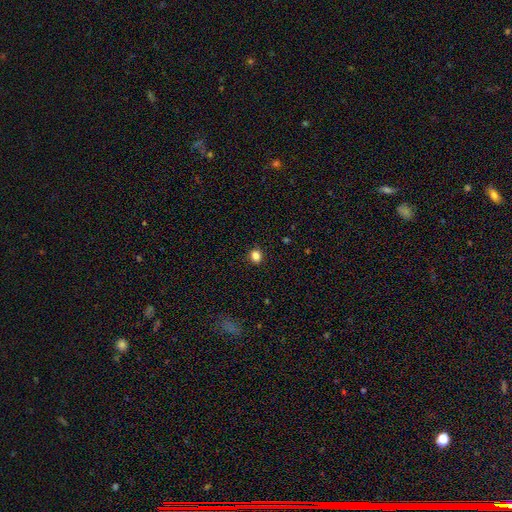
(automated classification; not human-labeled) This is clearly a smooth galaxy (84%). How rounded: likely round (73%). Merging: clearly none (90%).